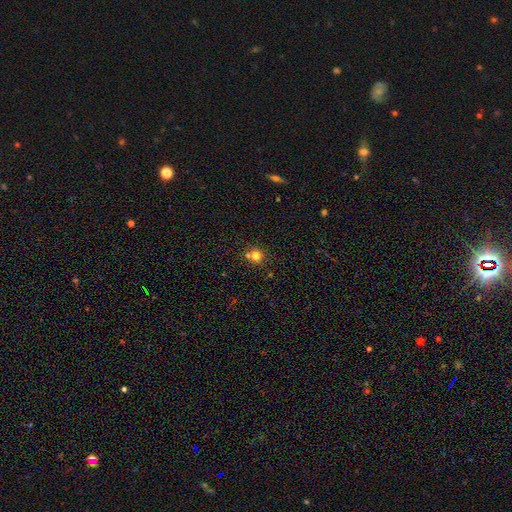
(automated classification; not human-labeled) Smooth or featured: smooth — 76% (star or artifact — 16%)
How rounded: round — 89% (in between — 10%)
Merging: none — 63% (merger — 25%)